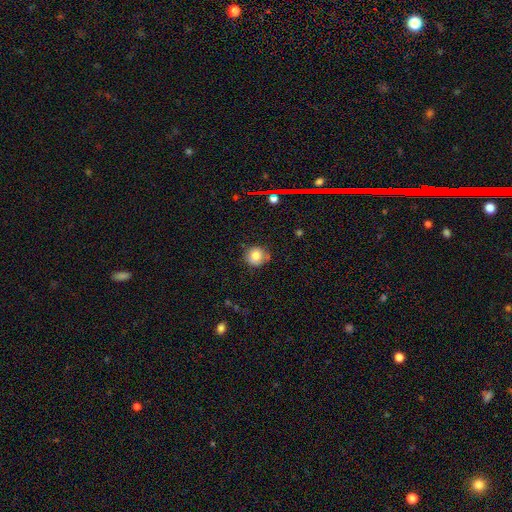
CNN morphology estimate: smooth 78%, star or artifact 12%, featured or disk 10%. Down the decision tree: how rounded — round (89%); merging — none (75%).